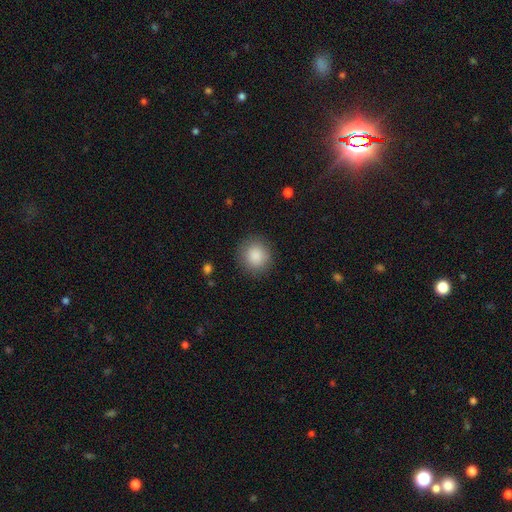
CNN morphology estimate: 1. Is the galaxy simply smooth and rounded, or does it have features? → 87% smooth, 8% star or artifact, 5% featured or disk.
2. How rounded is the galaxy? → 90% round, 9% in between, 1% cigar-shaped.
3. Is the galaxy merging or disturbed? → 88% none, 8% minor disturbance, 3% major disturbance, 1% merger.